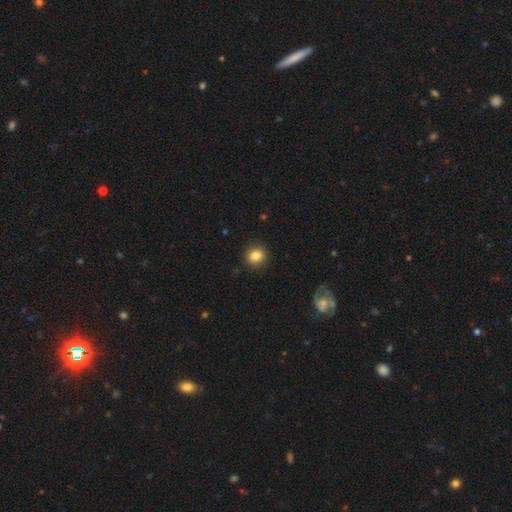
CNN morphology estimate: smooth 84%, star or artifact 10%, featured or disk 6%. Down the decision tree: how rounded — round (83%); merging — none (90%).